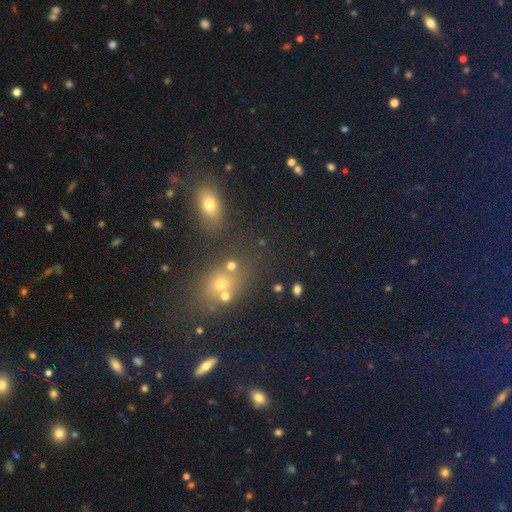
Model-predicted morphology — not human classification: Overall: star or artifact (45%; smooth 43%).